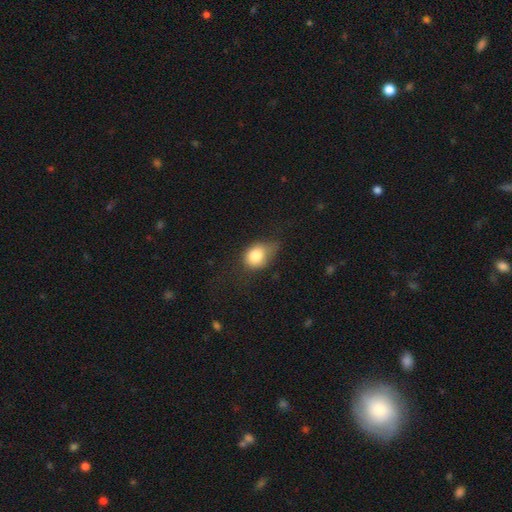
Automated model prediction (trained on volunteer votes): This is clearly a smooth galaxy (80%). How rounded: possibly in between (50%). Merging: marginally minor disturbance (43%).